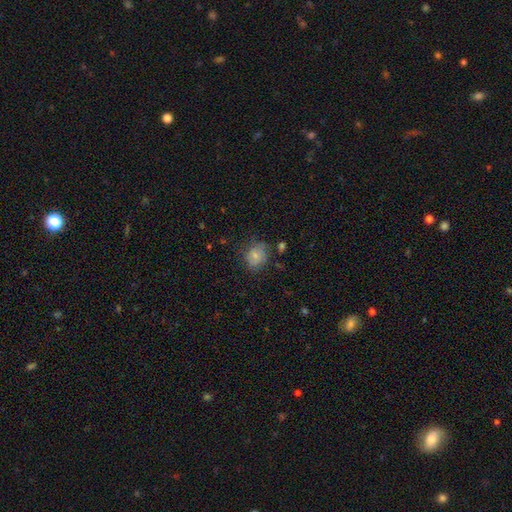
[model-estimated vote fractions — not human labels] Smooth or featured? smooth (69%)
How rounded? round (62%)
Merging? none (64%)